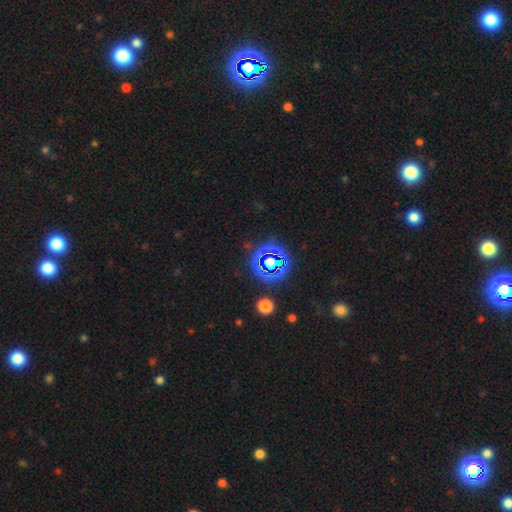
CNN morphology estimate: A star or artifact, not a galaxy (78%).